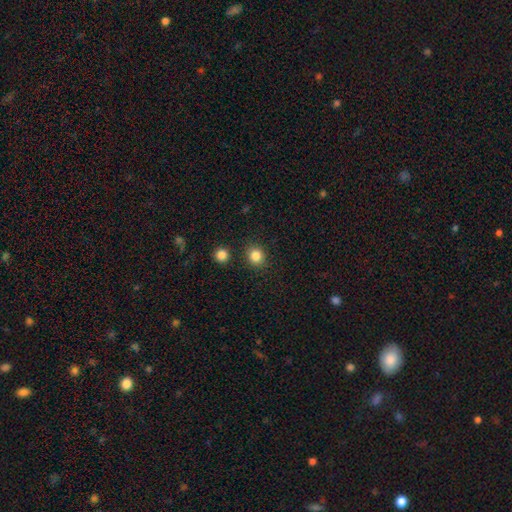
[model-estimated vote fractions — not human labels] The model was most divided on "how rounded": round: 84%, in between: 15%, cigar-shaped: 1%. More confident: merging — none (87%); smooth or featured — smooth (84%).